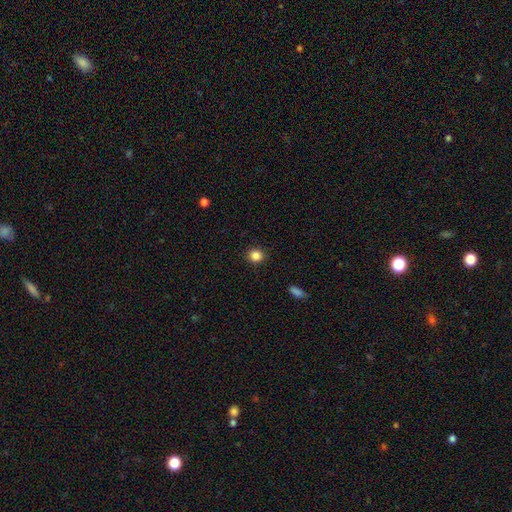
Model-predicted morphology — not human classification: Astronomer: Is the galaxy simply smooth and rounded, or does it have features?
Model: smooth — 85%.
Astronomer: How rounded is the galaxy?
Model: round — 88%.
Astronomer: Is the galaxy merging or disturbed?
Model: none — 91%.